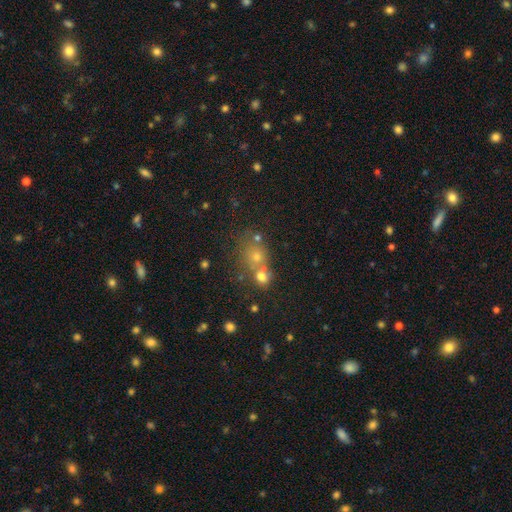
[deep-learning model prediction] Smooth or featured? smooth (64%)
How rounded? round (71%)
Merging? merger (44%)